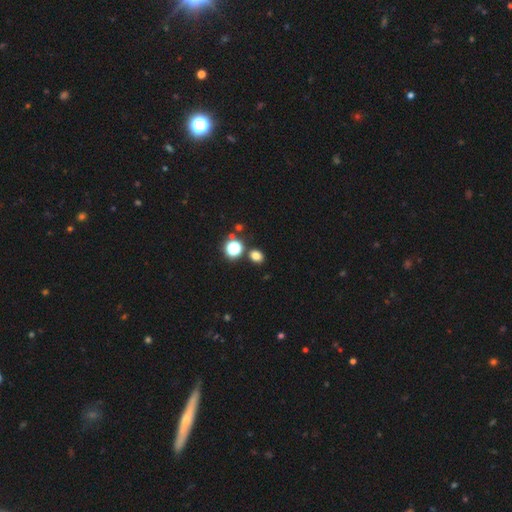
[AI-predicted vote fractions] Q: Smooth or featured?
A: smooth (76%); runner-up: star or artifact (18%)
Q: How rounded?
A: round (56%); runner-up: in between (43%)
Q: Merging?
A: none (83%); runner-up: minor disturbance (8%)